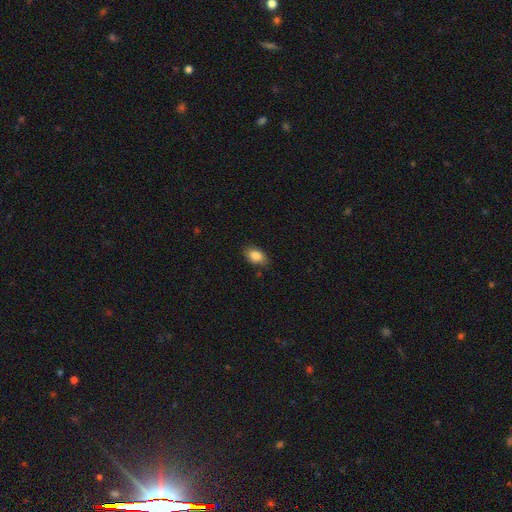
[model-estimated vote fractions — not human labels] smooth 85%, star or artifact 8%, featured or disk 7%. Down the decision tree: how rounded — in between (87%); merging — none (83%).